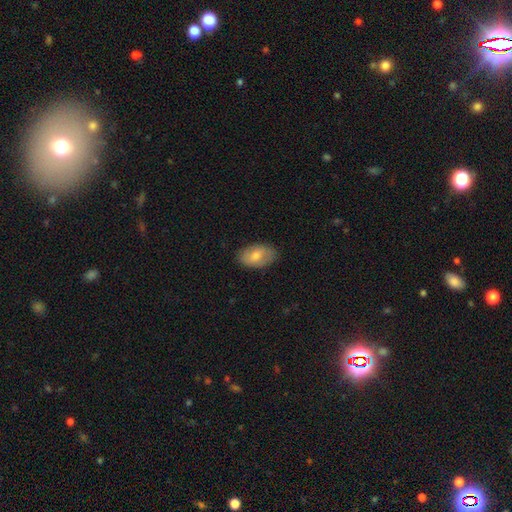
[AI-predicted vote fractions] A smooth galaxy with no disk features (69%) that is in between round and cigar-shaped (92%).

Vote fractions:
- Smooth or featured? smooth: 69% / featured or disk: 24% / star or artifact: 7%
- How rounded? in between: 92% / round: 6% / cigar-shaped: 2%
- Merging? none: 82% / minor disturbance: 14% / major disturbance: 3% / merger: 1%